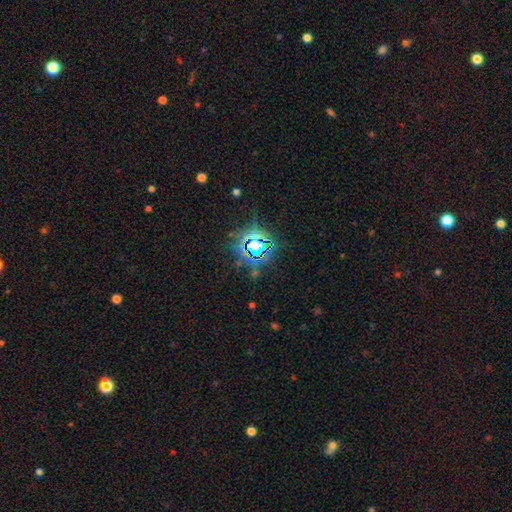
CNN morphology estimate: A star or artifact, not a galaxy (80%).

Vote fractions:
- Smooth or featured? star or artifact: 80% / smooth: 12% / featured or disk: 8%